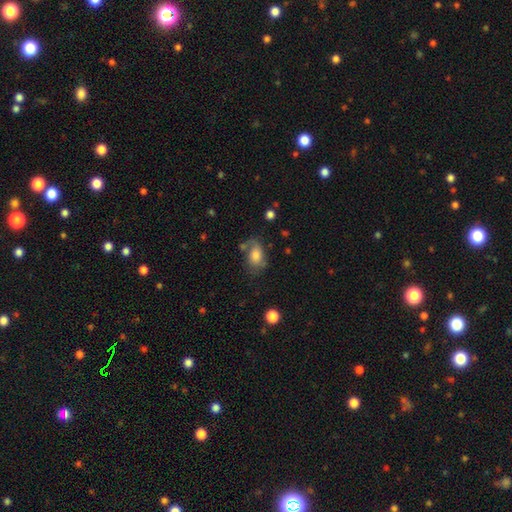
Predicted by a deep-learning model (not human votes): smooth-or-featured: smooth: 68% | featured or disk: 23% | star or artifact: 9%
  how-rounded: in between: 83% | round: 15% | cigar-shaped: 2%
  merging: none: 50% | minor disturbance: 26% | major disturbance: 15% | merger: 9%